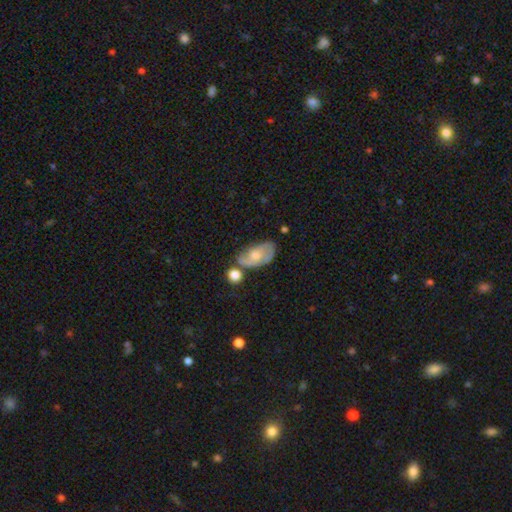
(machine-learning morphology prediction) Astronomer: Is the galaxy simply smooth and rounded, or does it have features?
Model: featured or disk — 55% (runner-up: smooth, 38%).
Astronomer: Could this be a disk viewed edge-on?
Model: no — 95%.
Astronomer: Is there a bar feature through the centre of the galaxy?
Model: no — 69%.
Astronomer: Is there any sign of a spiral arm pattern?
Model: yes — 74%.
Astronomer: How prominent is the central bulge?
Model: moderate — 50% (runner-up: small, 31%).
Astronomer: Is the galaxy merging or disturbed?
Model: none — 43% (runner-up: minor disturbance, 27%).